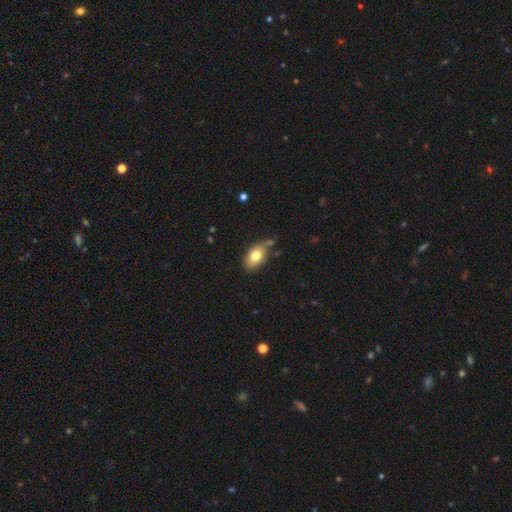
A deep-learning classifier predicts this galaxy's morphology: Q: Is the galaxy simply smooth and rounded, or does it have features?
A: smooth — 77%.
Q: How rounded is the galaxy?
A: in between — 89%.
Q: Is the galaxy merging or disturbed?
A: none — 67%.